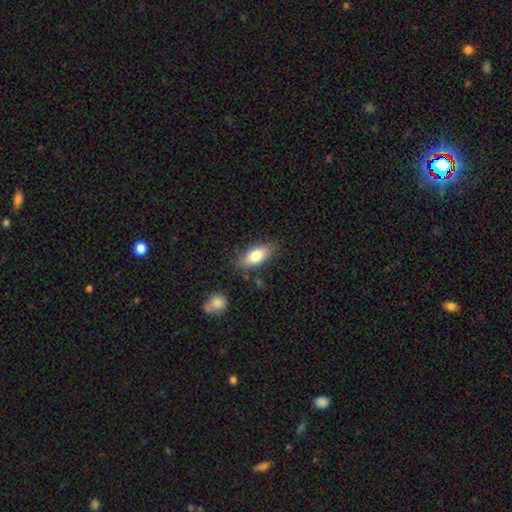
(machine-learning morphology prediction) This is likely a smooth galaxy (77%). How rounded: clearly in between (82%). Merging: likely none (80%).